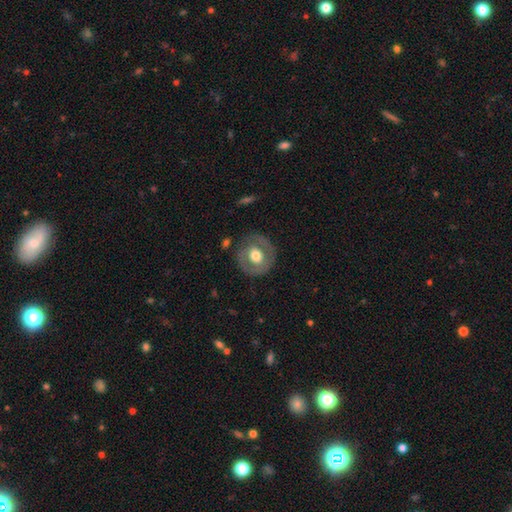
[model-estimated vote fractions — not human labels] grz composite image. It shows a smooth galaxy with no disk features (48%). Merging: none (79%).